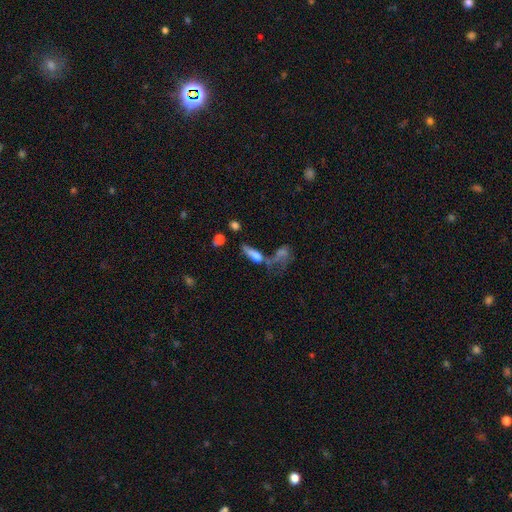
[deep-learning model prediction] Morphology: type=smooth (58%); roundness=in between (56%); merging=merger (36%).